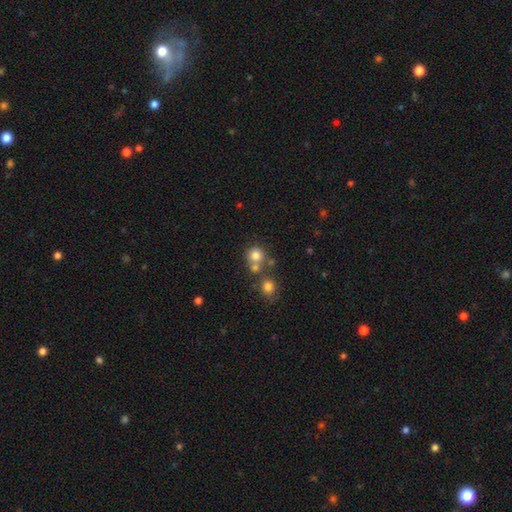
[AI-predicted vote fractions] smooth_or_featured: smooth (p=0.77) [alt: star or artifact p=0.14]
how_rounded: round (p=0.90) [alt: in between p=0.09]
merging: none (p=0.60) [alt: merger p=0.28]